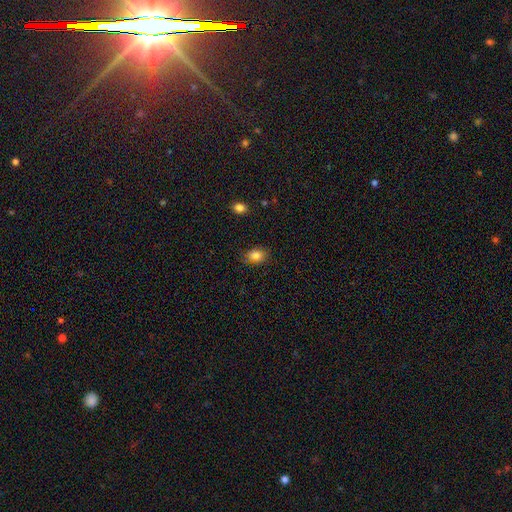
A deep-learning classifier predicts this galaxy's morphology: Smooth or featured: smooth — 84% (star or artifact — 10%)
How rounded: in between — 65% (round — 34%)
Merging: none — 83% (minor disturbance — 13%)